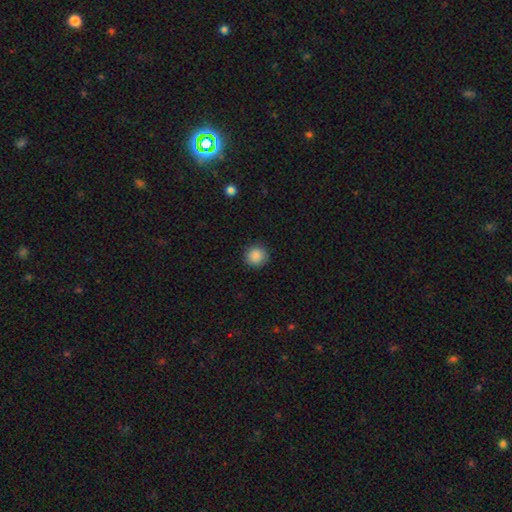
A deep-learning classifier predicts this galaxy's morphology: Q: Smooth or featured?
A: smooth (88%); runner-up: star or artifact (9%)
Q: How rounded?
A: round (94%); runner-up: in between (5%)
Q: Merging?
A: none (91%); runner-up: minor disturbance (6%)